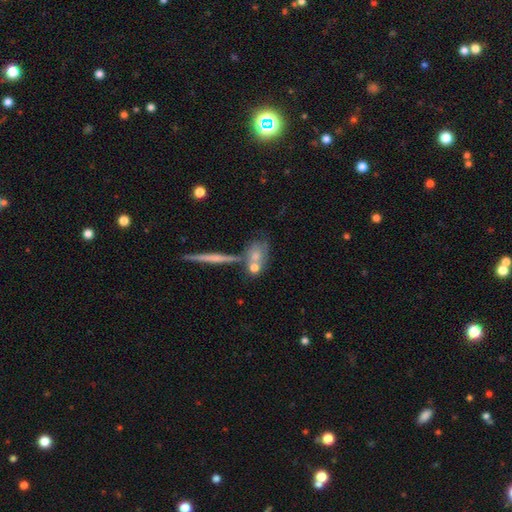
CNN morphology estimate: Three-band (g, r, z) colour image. It shows a smooth galaxy with no disk features (62%) that is in between round and cigar-shaped (51%). Merging: none (41%).